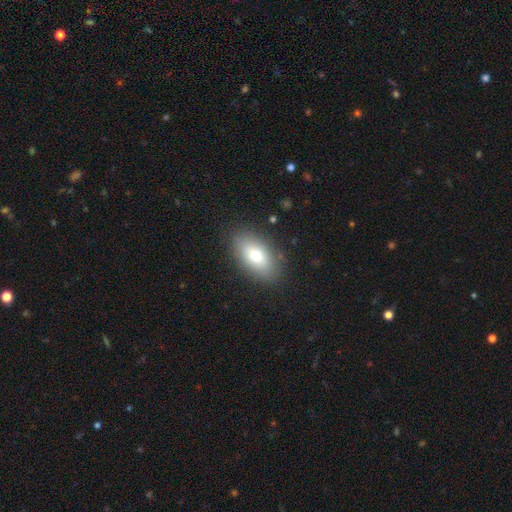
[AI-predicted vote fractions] Smooth or featured?
  - smooth: 74% *
  - featured or disk: 18%
  - star or artifact: 8%
How rounded?
  - in between: 90% *
  - round: 6%
  - cigar-shaped: 3%
Merging?
  - none: 86% *
  - minor disturbance: 10%
  - major disturbance: 3%
  - merger: 1%